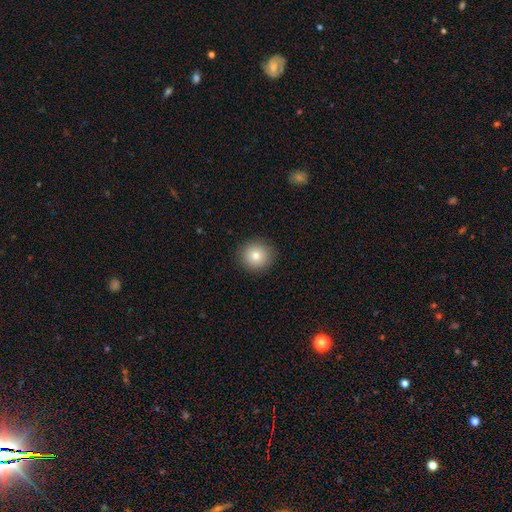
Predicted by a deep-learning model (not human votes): The model was most divided on "smooth or featured": smooth: 81%, star or artifact: 10%, featured or disk: 9%. More confident: how rounded — round (92%); merging — none (91%).